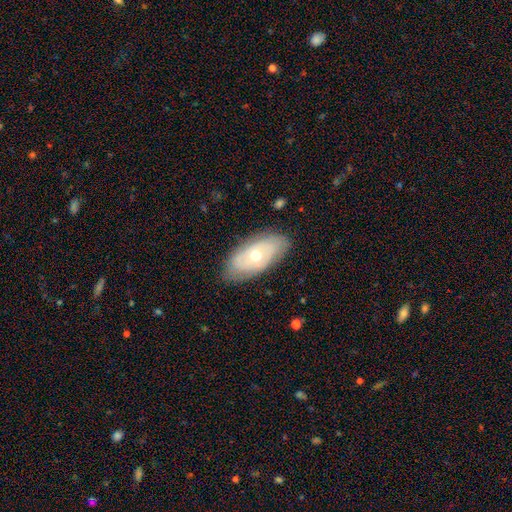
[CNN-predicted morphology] Smooth or featured: featured or disk — 53% (smooth — 40%)
Edge-on disk: no — 85% (yes — 15%)
Merging: none — 78% (minor disturbance — 16%)